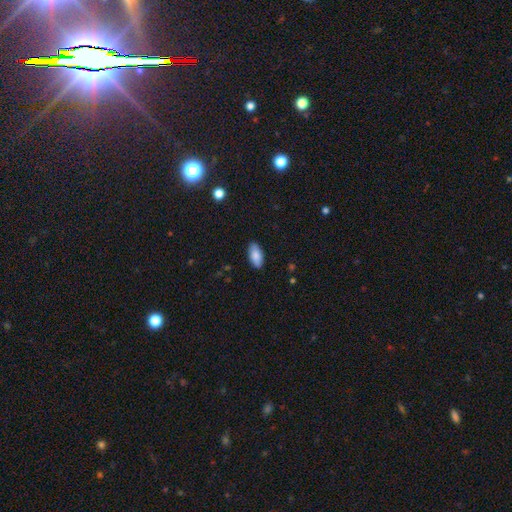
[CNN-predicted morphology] Smooth or featured?
  - smooth: 85% *
  - featured or disk: 9%
  - star or artifact: 6%
How rounded?
  - in between: 91% *
  - cigar-shaped: 7%
  - round: 2%
Merging?
  - none: 88% *
  - minor disturbance: 9%
  - major disturbance: 2%
  - merger: 1%